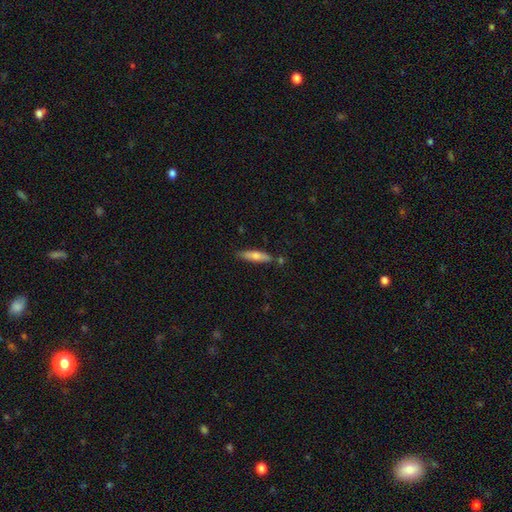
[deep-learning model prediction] Overall: smooth (62%; featured or disk 31%). How rounded: cigar-shaped (80%). Merging: none (80%).